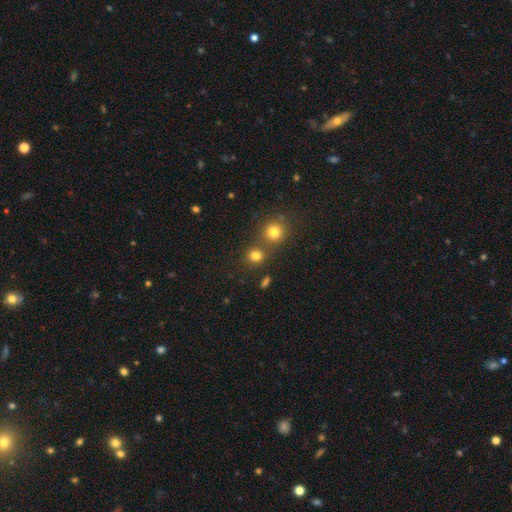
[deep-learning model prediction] This appears to be a smooth galaxy with no disk features (78%) that is round (83%). Merging: none (68%).